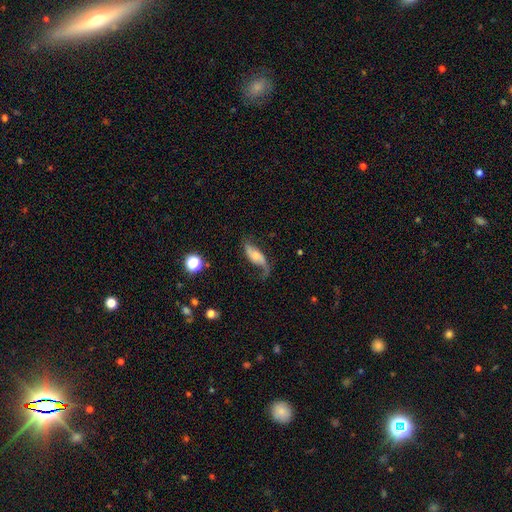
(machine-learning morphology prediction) Overall: featured or disk (65%; smooth 27%). Edge-on disk: no (88%). Bar: no (60%; weak 28%). Spiral arms: yes (89%). Spiral arm count: 2 (75%). Spiral winding: loose (78%). Bulge size: small (47%; moderate 41%). Merging: none (51%; minor disturbance 25%).